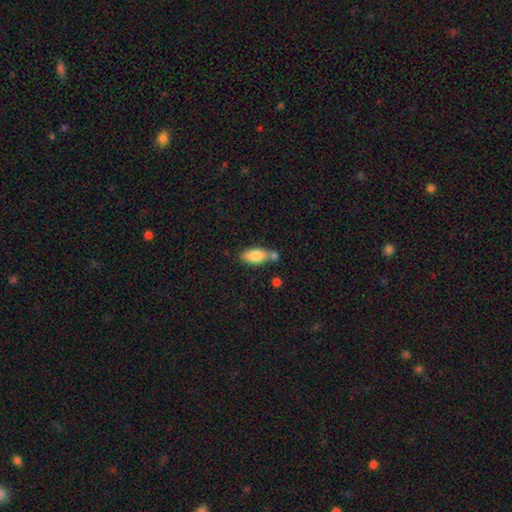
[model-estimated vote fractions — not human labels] The model was most divided on "merging": none: 56%, merger: 23%, minor disturbance: 16%, major disturbance: 4%. More confident: how rounded — in between (87%); smooth or featured — smooth (83%).